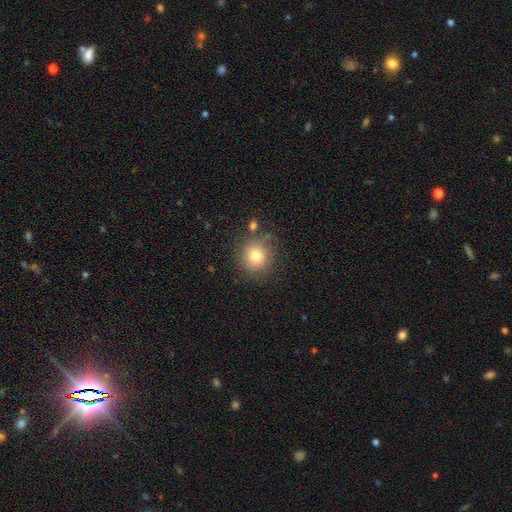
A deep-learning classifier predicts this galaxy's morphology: Smooth or featured? Predicted: smooth (p=0.77). How rounded? Predicted: round (p=0.91). Merging? Predicted: none (p=0.79).